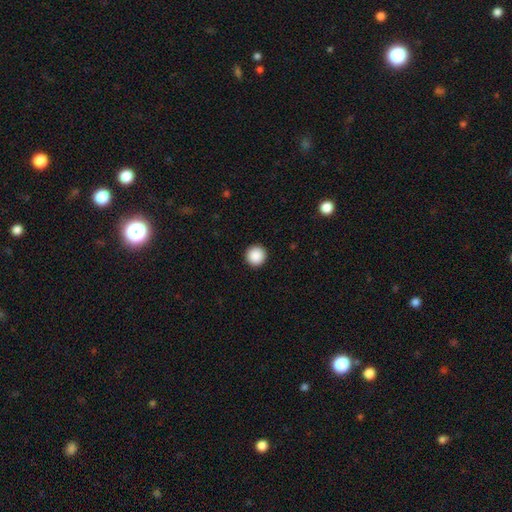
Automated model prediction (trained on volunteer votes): This is clearly a smooth galaxy (89%). How rounded: clearly round (96%). Merging: clearly none (93%).